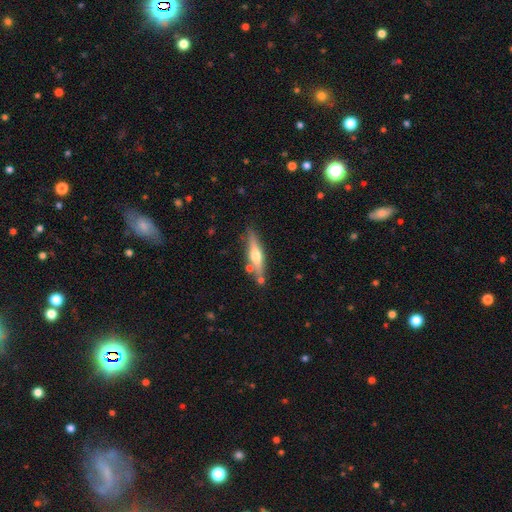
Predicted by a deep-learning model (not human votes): Smooth or featured?
  - featured or disk: 58% *
  - smooth: 36%
  - star or artifact: 6%
Edge-on disk?
  - yes: 94% *
  - no: 6%
Edge-on bulge?
  - rounded: 91% *
  - none: 5%
  - boxy: 5%
Merging?
  - none: 76% *
  - minor disturbance: 13%
  - merger: 8%
  - major disturbance: 3%